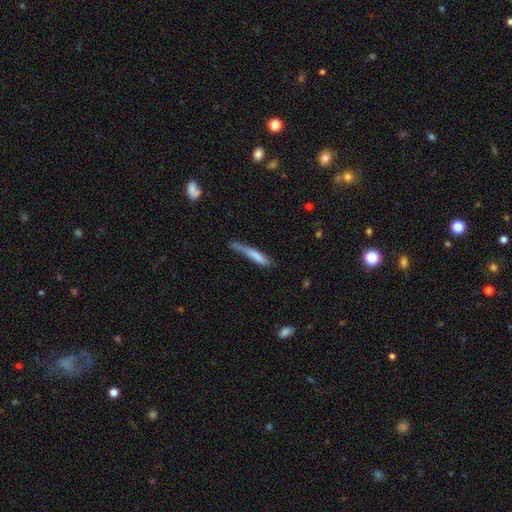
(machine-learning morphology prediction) Smooth or featured: smooth — 70% (featured or disk — 23%)
How rounded: cigar-shaped — 90% (in between — 8%)
Merging: none — 45% (minor disturbance — 33%)